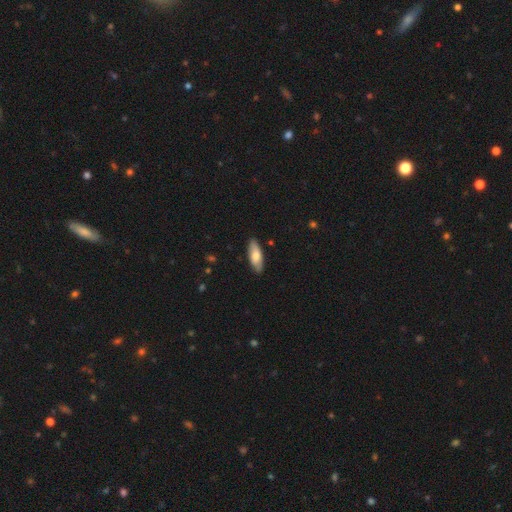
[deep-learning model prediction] A smooth galaxy with no disk features (73%) that is in between round and cigar-shaped (67%). Merging: none (87%).